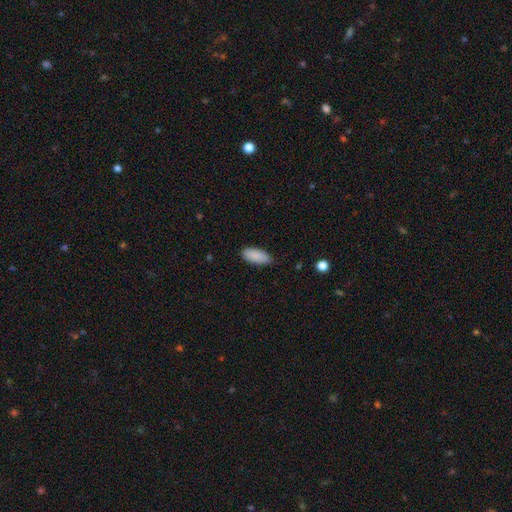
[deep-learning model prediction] Smooth or featured: smooth — 90% (star or artifact — 6%)
How rounded: in between — 86% (cigar-shaped — 13%)
Merging: none — 82% (minor disturbance — 14%)